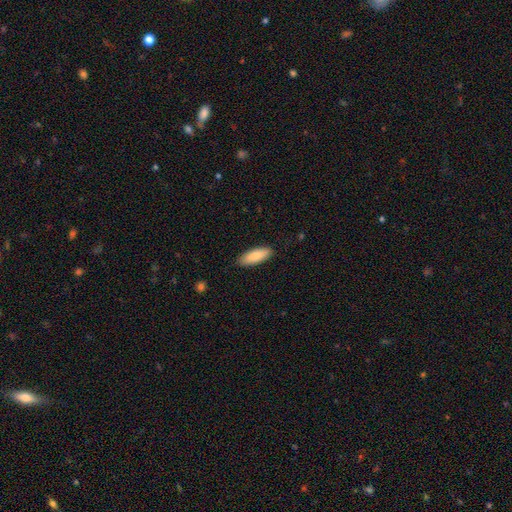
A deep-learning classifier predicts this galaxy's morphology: Smooth or featured?
  - smooth: 85% *
  - featured or disk: 9%
  - star or artifact: 6%
How rounded?
  - in between: 68% *
  - cigar-shaped: 30%
  - round: 2%
Merging?
  - none: 88% *
  - minor disturbance: 9%
  - major disturbance: 2%
  - merger: 1%